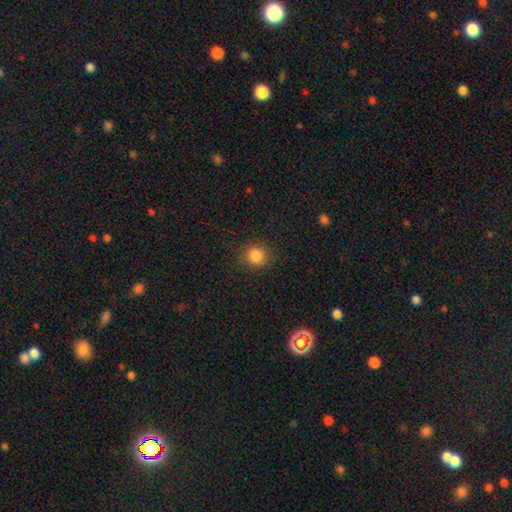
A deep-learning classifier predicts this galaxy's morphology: Smooth or featured? Predicted: smooth (p=0.84). How rounded? Predicted: round (p=0.92). Merging? Predicted: none (p=0.90).